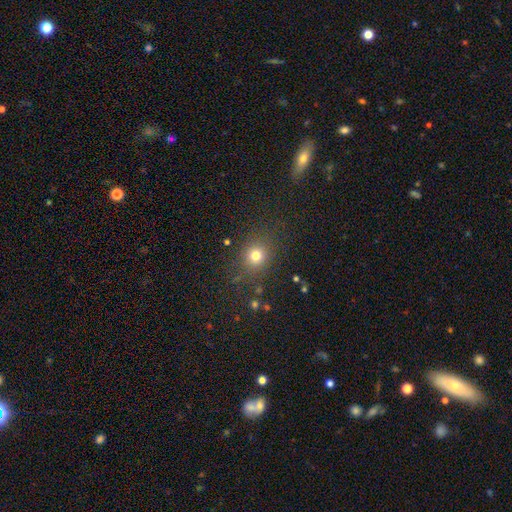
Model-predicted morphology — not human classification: smooth_or_featured: smooth (p=0.76) [alt: star or artifact p=0.17]
how_rounded: round (p=0.82) [alt: in between p=0.17]
merging: none (p=0.83) [alt: minor disturbance p=0.10]